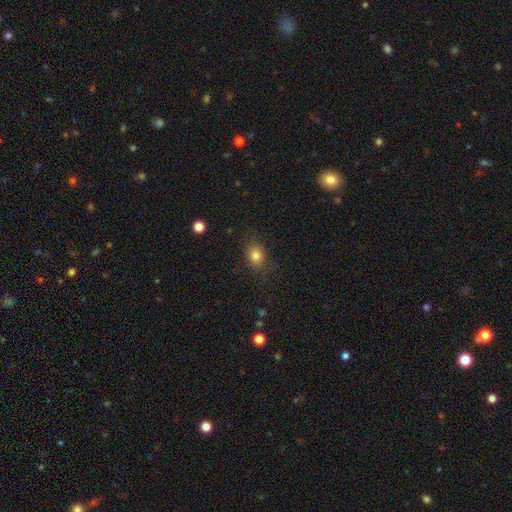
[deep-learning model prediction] smooth_or_featured: smooth (p=0.82) [alt: star or artifact p=0.11]
how_rounded: in between (p=0.52) [alt: round p=0.46]
merging: none (p=0.80) [alt: minor disturbance p=0.14]